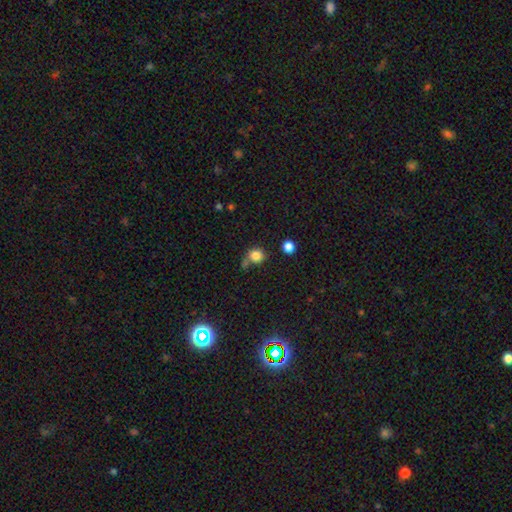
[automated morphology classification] Overall: smooth (83%). How rounded: round (86%). Merging: none (64%).